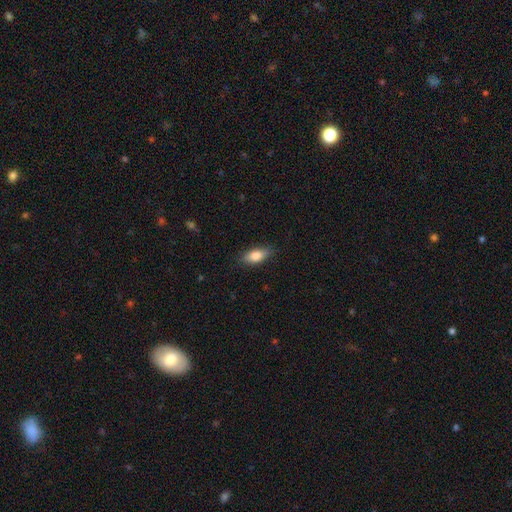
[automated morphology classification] A smooth galaxy with no disk features (79%) that is in between round and cigar-shaped (81%).

Vote fractions:
- Smooth or featured? smooth: 79% / featured or disk: 14% / star or artifact: 7%
- How rounded? in between: 81% / cigar-shaped: 15% / round: 4%
- Merging? none: 83% / minor disturbance: 14% / major disturbance: 3% / merger: 1%